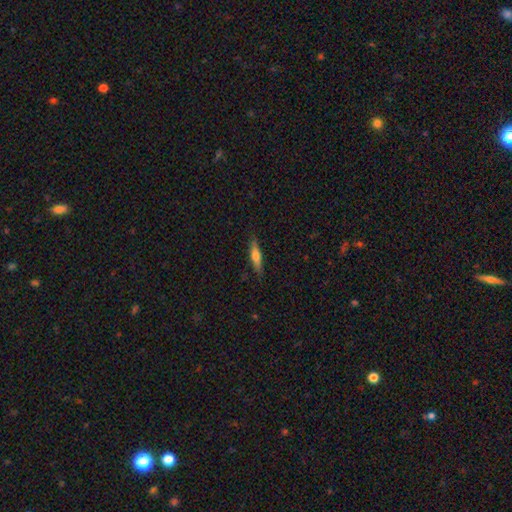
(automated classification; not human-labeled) A smooth galaxy with no disk features (57%) that is cigar-shaped (77%).

Vote fractions:
- Smooth or featured? smooth: 57% / featured or disk: 37% / star or artifact: 7%
- How rounded? cigar-shaped: 77% / in between: 21% / round: 2%
- Merging? none: 84% / minor disturbance: 12% / major disturbance: 3% / merger: 1%